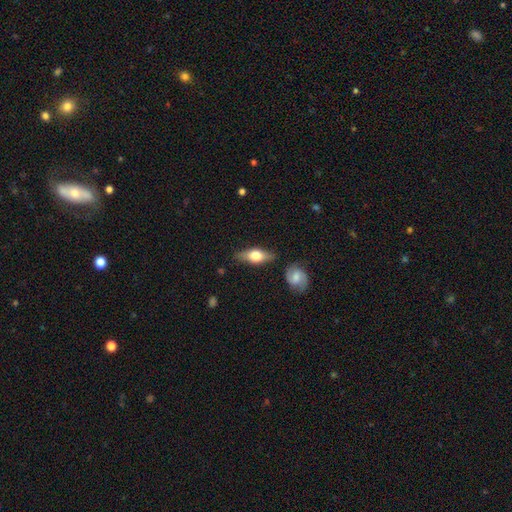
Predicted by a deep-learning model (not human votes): This is possibly a smooth galaxy (49%). Merging: likely none (78%).